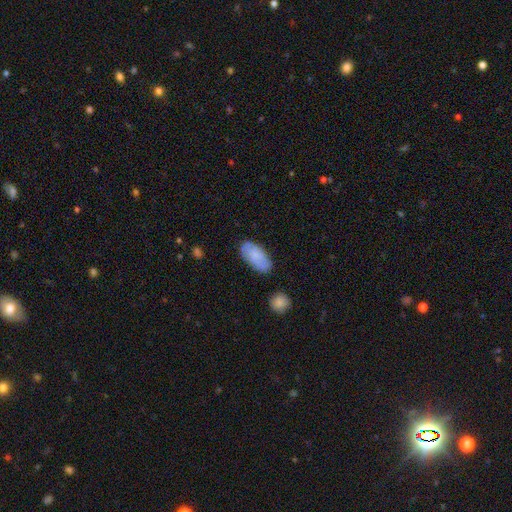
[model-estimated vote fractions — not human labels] The model was most divided on "smooth or featured": smooth: 72%, featured or disk: 21%, star or artifact: 7%. More confident: how rounded — in between (92%); merging — none (75%).